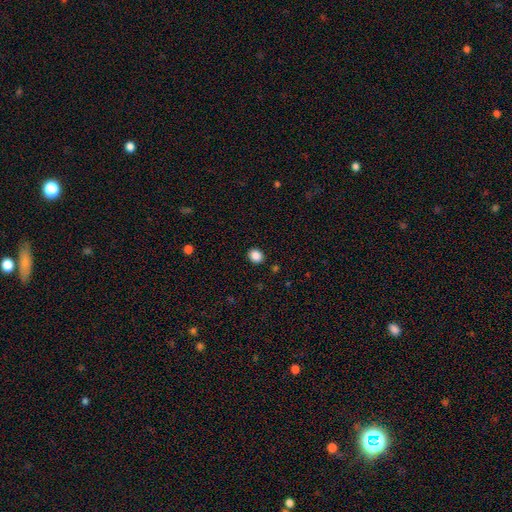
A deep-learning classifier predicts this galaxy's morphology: Q: Smooth or featured?
A: smooth (87%); runner-up: star or artifact (10%)
Q: How rounded?
A: round (70%); runner-up: in between (29%)
Q: Merging?
A: none (91%); runner-up: minor disturbance (6%)